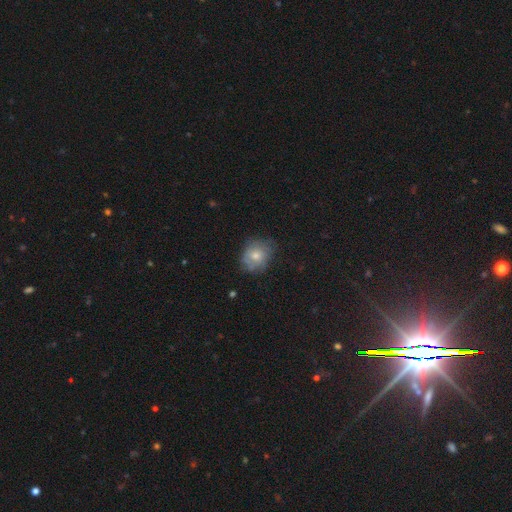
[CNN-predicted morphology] type=smooth (64%); roundness=round (66%); merging=none (63%).